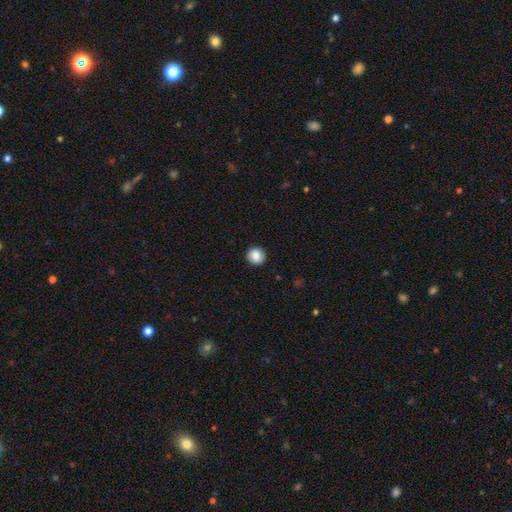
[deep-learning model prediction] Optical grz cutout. It shows a smooth galaxy with no disk features (86%) that is round (91%). Merging: none (91%).